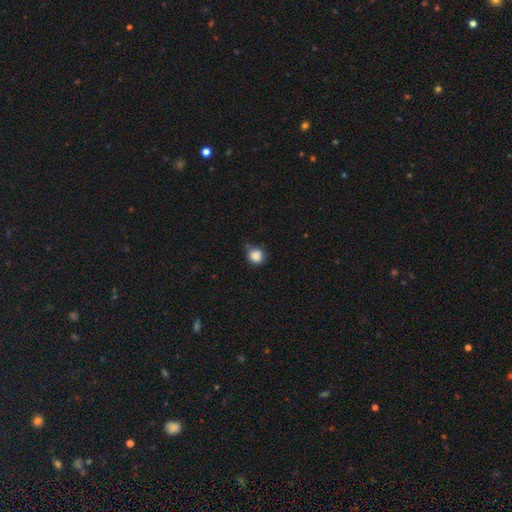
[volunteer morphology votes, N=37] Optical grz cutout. It shows a smooth galaxy with no disk features (89%) that is round (94%). Merging: none (53%).